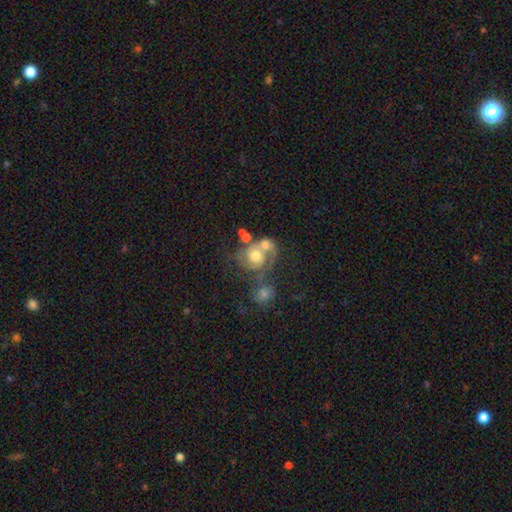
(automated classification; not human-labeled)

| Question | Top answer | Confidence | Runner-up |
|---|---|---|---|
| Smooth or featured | featured or disk | 61% | smooth (30%) |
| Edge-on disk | no | 97% | yes (3%) |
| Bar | no | 82% | weak (15%) |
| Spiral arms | yes | 70% | no (30%) |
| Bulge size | moderate | 63% | large (19%) |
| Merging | merger | 52% | none (22%) |